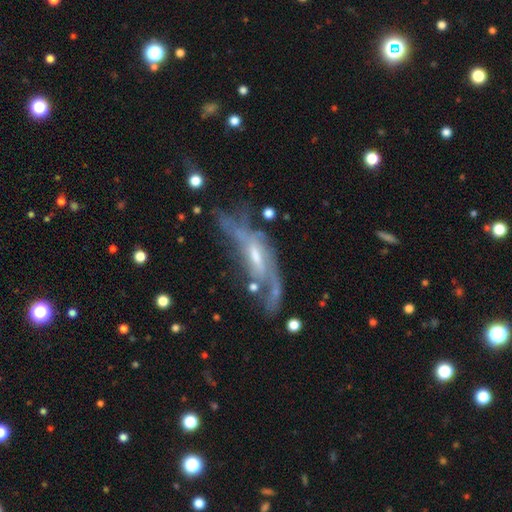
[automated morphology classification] Overall: featured or disk (74%). Edge-on disk: no (68%; yes 32%). Bar: no (50%; weak 36%). Spiral arms: yes (67%; no 33%). Bulge size: small (50%; moderate 39%). Merging: none (41%; major disturbance 29%).